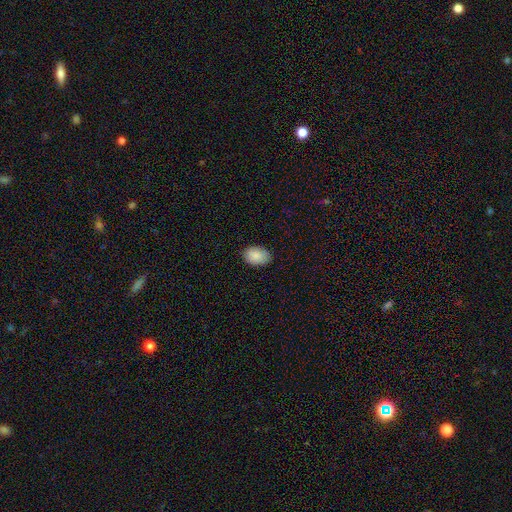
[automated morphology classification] type=smooth (89%); roundness=in between (85%); merging=none (86%).